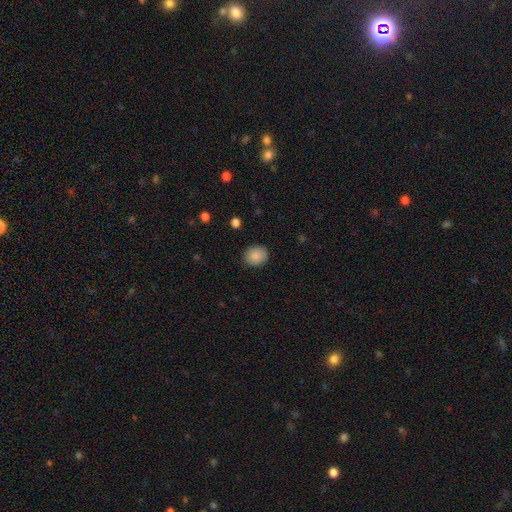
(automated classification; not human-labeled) smooth_or_featured: smooth (p=0.88) [alt: star or artifact p=0.08]
how_rounded: round (p=0.71) [alt: in between p=0.28]
merging: none (p=0.86) [alt: minor disturbance p=0.10]